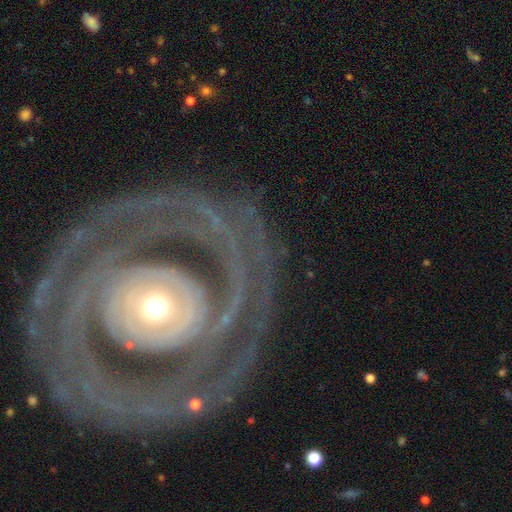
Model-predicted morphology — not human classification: Smooth or featured? Predicted: featured or disk (p=0.86). Edge-on disk? Predicted: no (p=0.96). Bar? Predicted: no (p=0.69). Spiral arms? Predicted: yes (p=0.85). Spiral winding? Predicted: tight (p=0.79). Spiral arm count? Predicted: 2 (p=0.31). Bulge size? Predicted: moderate (p=0.57). Merging? Predicted: none (p=0.78).